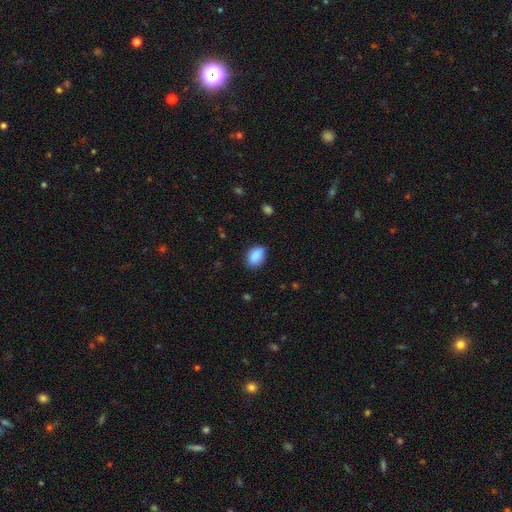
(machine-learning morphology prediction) Smooth or featured? smooth (88%)
How rounded? in between (80%)
Merging? none (78%)